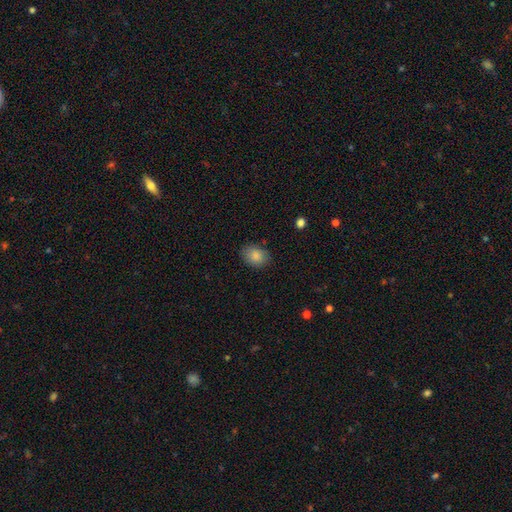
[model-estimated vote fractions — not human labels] Smooth or featured: smooth — 86% (star or artifact — 8%)
How rounded: in between — 71% (round — 28%)
Merging: none — 83% (minor disturbance — 13%)